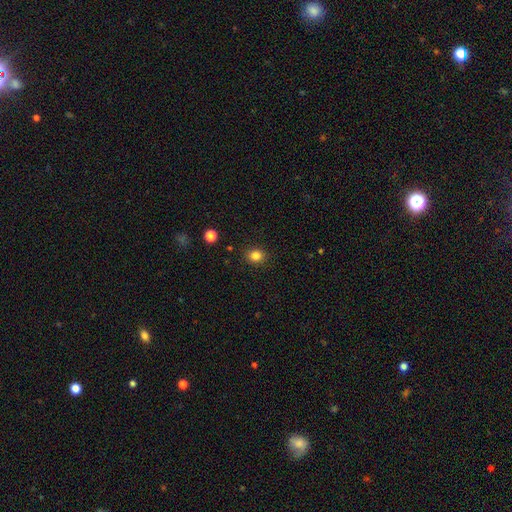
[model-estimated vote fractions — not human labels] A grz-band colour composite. It shows a smooth galaxy with no disk features (83%) that is round (68%). Merging: none (89%).